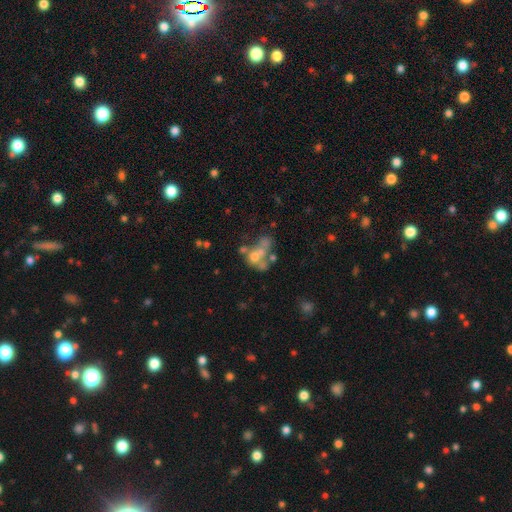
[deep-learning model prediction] Smooth or featured? featured or disk (45%)
Merging? merger (49%)